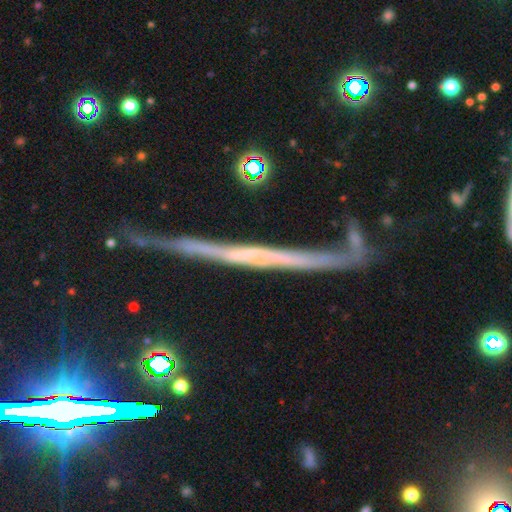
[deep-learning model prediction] This is likely a featured or disk galaxy (69%). It is clearly viewed edge-on (91%). Edge-on bulge: likely none (75%). Merging: possibly none (56%).